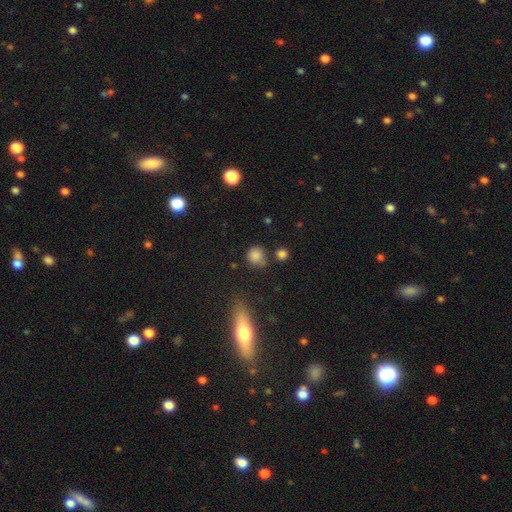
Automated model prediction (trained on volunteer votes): smooth-or-featured: smooth: 83% | star or artifact: 12% | featured or disk: 6%
  how-rounded: round: 85% | in between: 13% | cigar-shaped: 1%
  merging: none: 68% | minor disturbance: 18% | merger: 9% | major disturbance: 6%